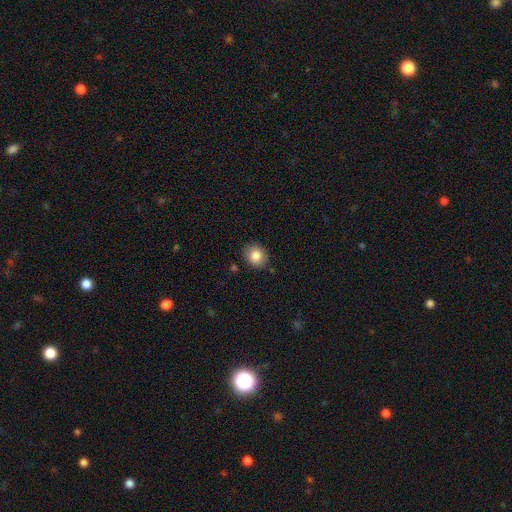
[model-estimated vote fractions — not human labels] This is clearly a smooth galaxy (84%). How rounded: likely round (68%). Merging: clearly none (86%).